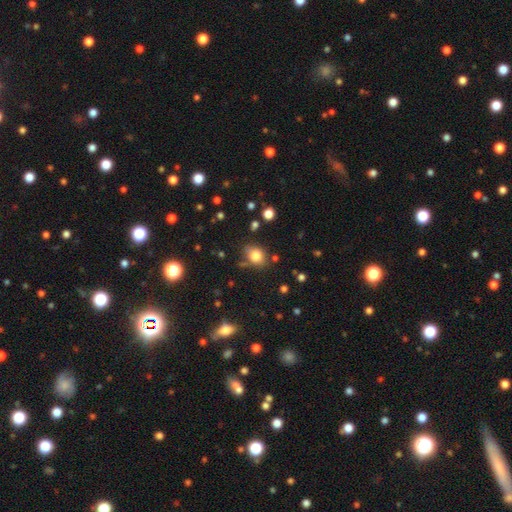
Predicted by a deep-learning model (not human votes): Smooth or featured? smooth (81%)
How rounded? round (67%)
Merging? none (74%)